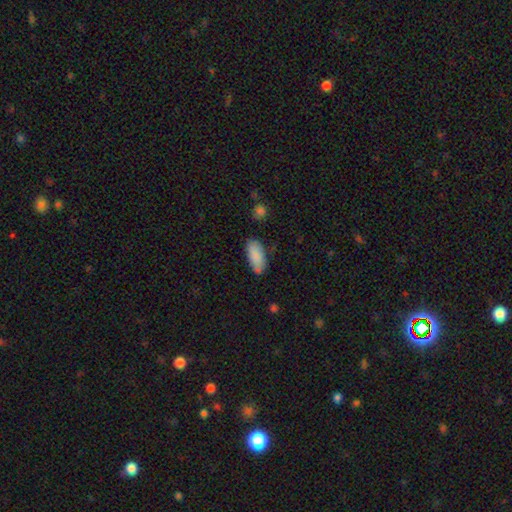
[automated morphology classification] This appears to be a smooth galaxy with no disk features (87%) that is in between round and cigar-shaped (86%). Merging: none (75%).